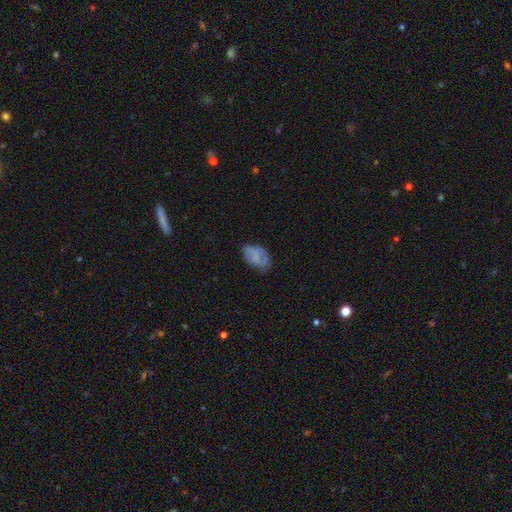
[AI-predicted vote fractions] This appears to be a smooth galaxy with no disk features (59%) that is in between round and cigar-shaped (87%). Merging: none (55%).